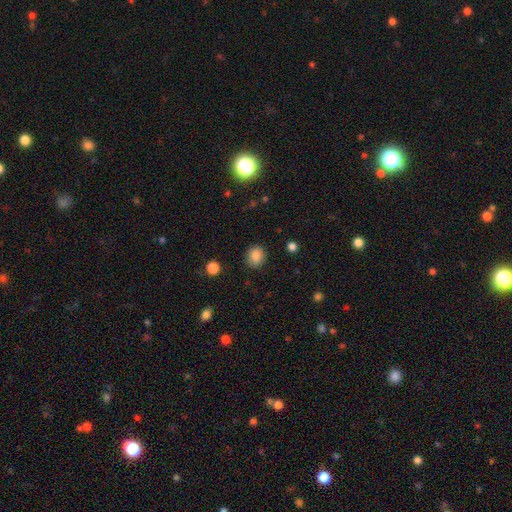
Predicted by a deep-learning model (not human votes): A smooth galaxy with no disk features (86%) that is round (74%).

Vote fractions:
- Smooth or featured? smooth: 86% / star or artifact: 10% / featured or disk: 5%
- How rounded? round: 74% / in between: 25% / cigar-shaped: 1%
- Merging? none: 88% / minor disturbance: 8% / major disturbance: 2% / merger: 1%